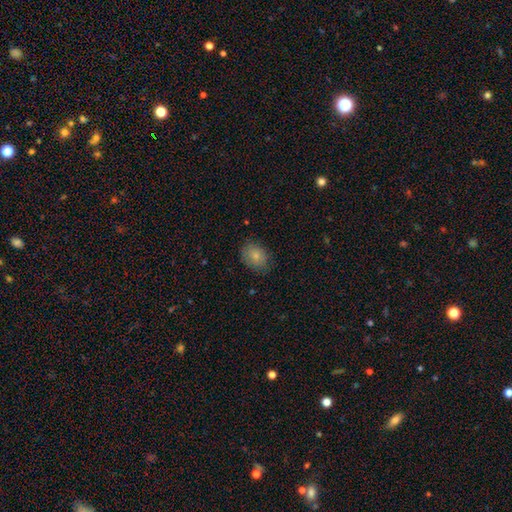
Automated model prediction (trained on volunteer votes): This is clearly a smooth galaxy (82%). How rounded: likely in between (64%). Merging: likely none (79%).